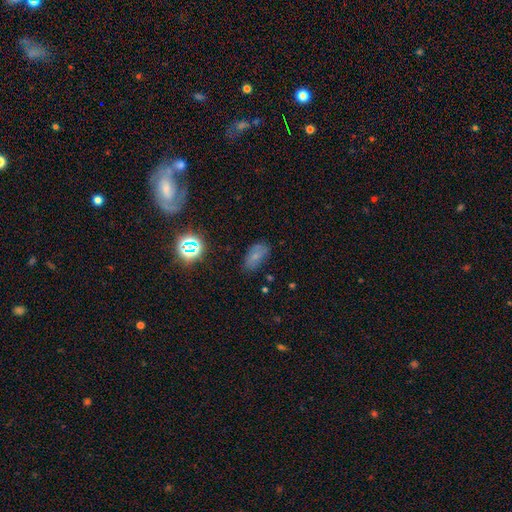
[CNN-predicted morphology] Overall: smooth (66%). How rounded: in between (90%). Merging: none (70%).